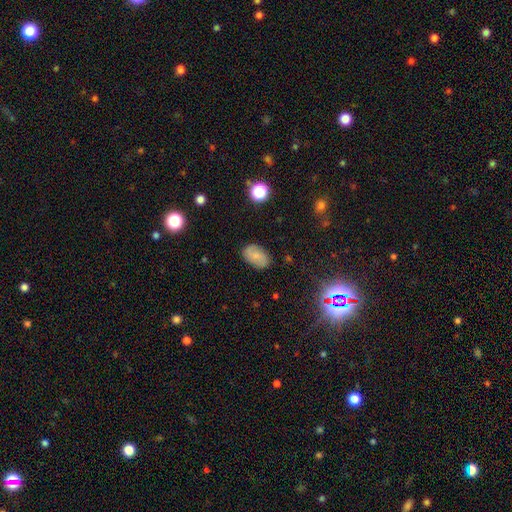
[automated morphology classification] A smooth galaxy with no disk features (64%) that is in between round and cigar-shaped (90%).

Vote fractions:
- Smooth or featured? smooth: 64% / featured or disk: 25% / star or artifact: 10%
- How rounded? in between: 90% / round: 8% / cigar-shaped: 2%
- Merging? none: 84% / minor disturbance: 12% / major disturbance: 3% / merger: 1%